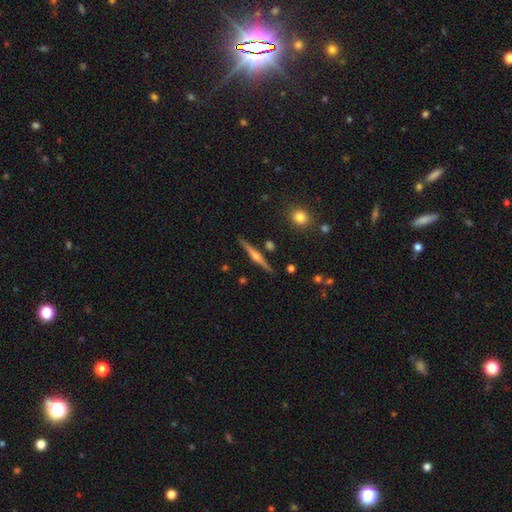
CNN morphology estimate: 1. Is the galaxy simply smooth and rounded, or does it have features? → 75% featured or disk, 19% smooth, 6% star or artifact.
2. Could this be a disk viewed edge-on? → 98% yes, 2% no.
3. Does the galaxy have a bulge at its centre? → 89% rounded, 6% boxy, 5% none.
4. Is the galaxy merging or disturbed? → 89% none, 7% minor disturbance, 2% merger, 2% major disturbance.